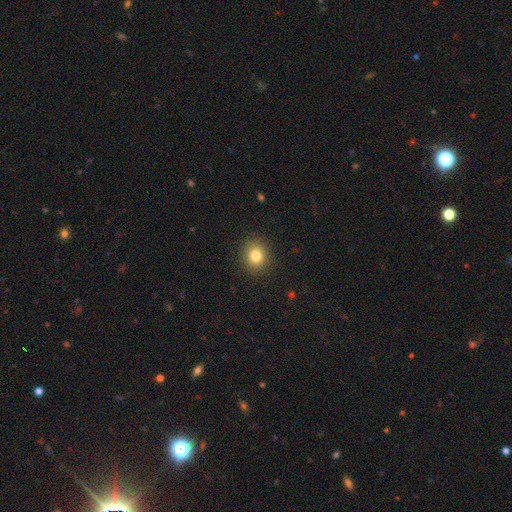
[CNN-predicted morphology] smooth-or-featured: smooth: 82% | star or artifact: 11% | featured or disk: 7%
  how-rounded: round: 72% | in between: 27% | cigar-shaped: 1%
  merging: none: 90% | minor disturbance: 7% | major disturbance: 2% | merger: 1%